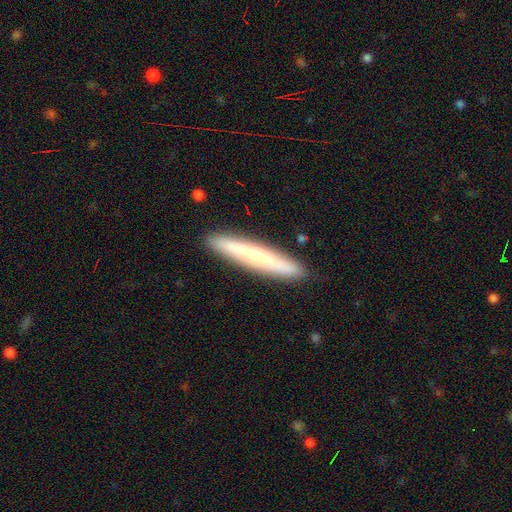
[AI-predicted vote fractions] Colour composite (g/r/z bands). It shows a smooth galaxy with no disk features (58%) that is cigar-shaped (94%). Merging: none (91%).